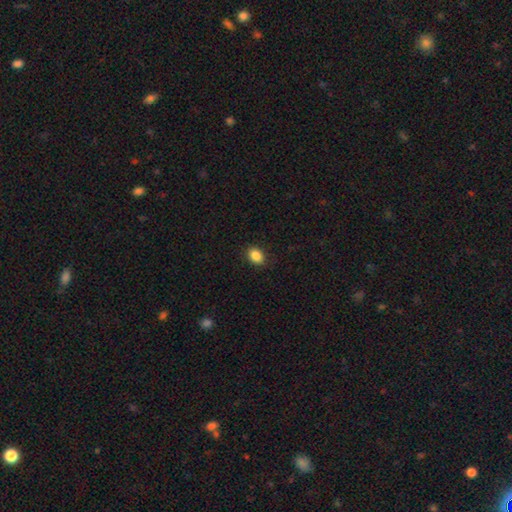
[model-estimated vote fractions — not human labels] smooth_or_featured: smooth (p=0.87) [alt: star or artifact p=0.09]
how_rounded: in between (p=0.74) [alt: round p=0.25]
merging: none (p=0.87) [alt: minor disturbance p=0.09]